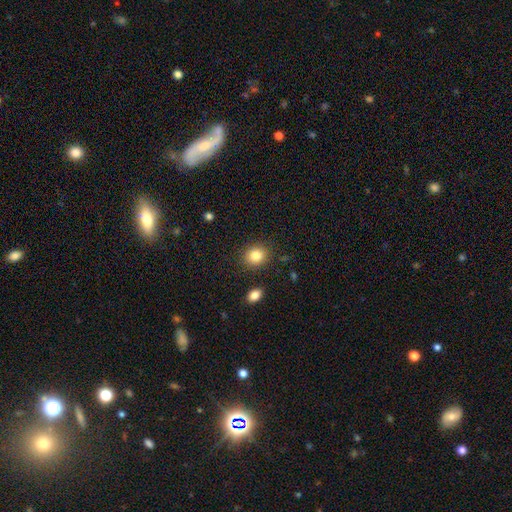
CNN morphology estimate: A smooth galaxy with no disk features (84%) that is round (71%). Merging: none (87%).